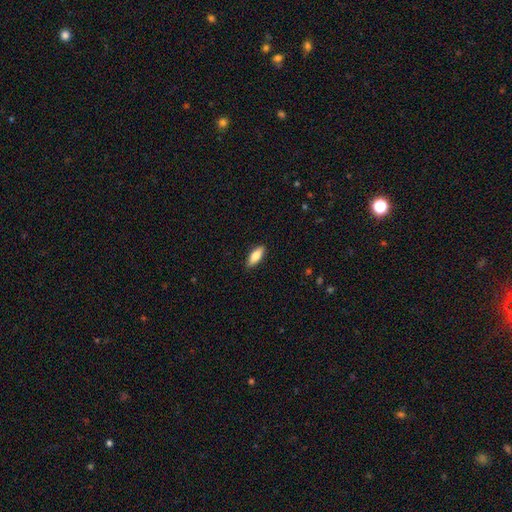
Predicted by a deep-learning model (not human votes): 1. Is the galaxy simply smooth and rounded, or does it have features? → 75% smooth, 19% featured or disk, 6% star or artifact.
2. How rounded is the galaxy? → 70% in between, 28% cigar-shaped, 2% round.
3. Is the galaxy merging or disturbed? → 89% none, 9% minor disturbance, 2% major disturbance, 1% merger.